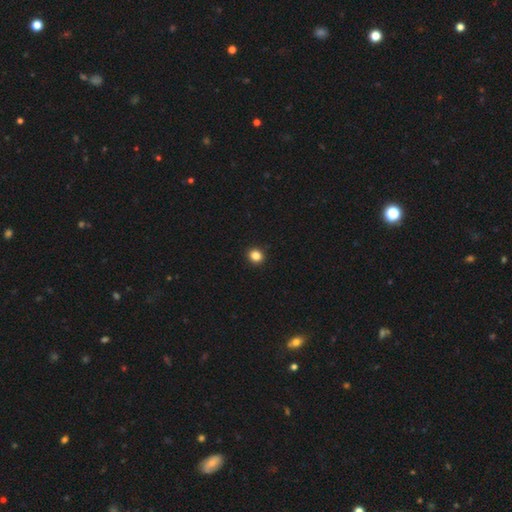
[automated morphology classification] smooth-or-featured: smooth: 85% | star or artifact: 12% | featured or disk: 3%
  how-rounded: round: 87% | in between: 13% | cigar-shaped: 1%
  merging: none: 93% | minor disturbance: 4% | major disturbance: 1% | merger: 1%